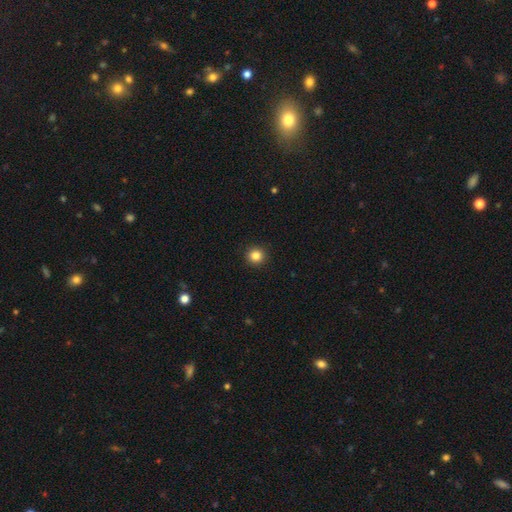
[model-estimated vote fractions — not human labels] smooth 85%, star or artifact 11%, featured or disk 4%. Down the decision tree: how rounded — round (94%); merging — none (93%).